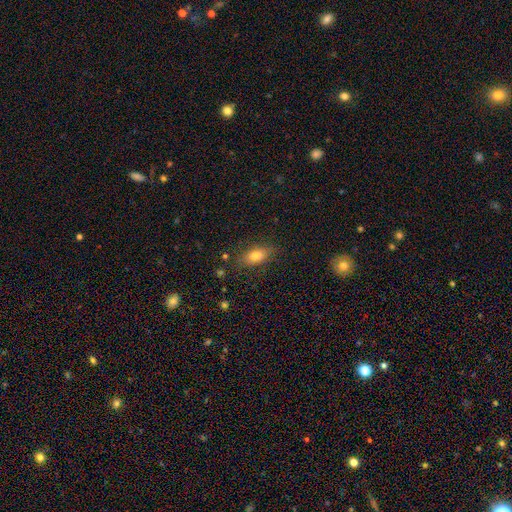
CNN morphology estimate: The model was most divided on "smooth or featured": smooth: 77%, featured or disk: 14%, star or artifact: 10%. More confident: how rounded — in between (83%); merging — none (82%).